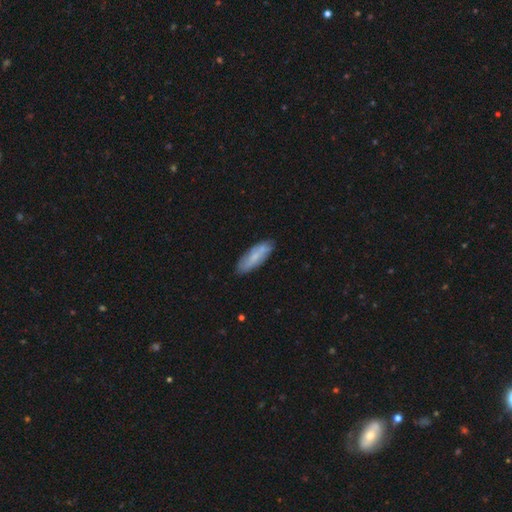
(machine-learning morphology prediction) smooth_or_featured: smooth (p=0.59) [alt: featured or disk p=0.35]
how_rounded: in between (p=0.54) [alt: cigar-shaped p=0.44]
merging: none (p=0.78) [alt: minor disturbance p=0.16]